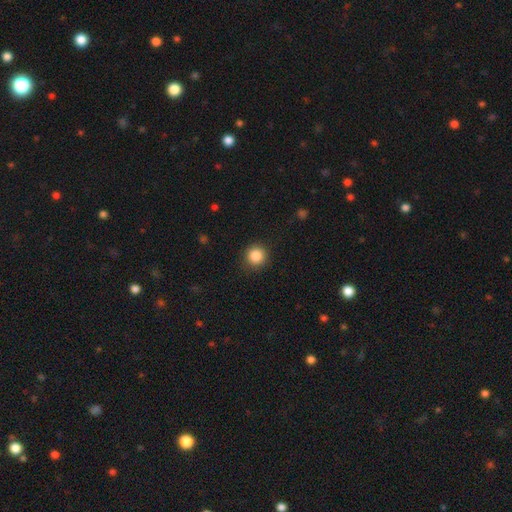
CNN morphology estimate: Smooth or featured? smooth (86%)
How rounded? round (94%)
Merging? none (89%)